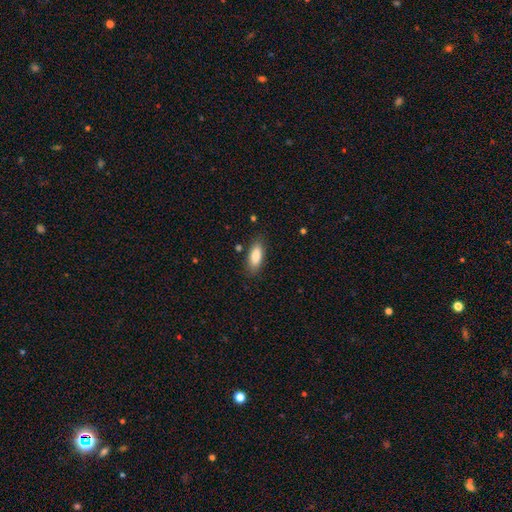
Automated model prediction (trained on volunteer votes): Smooth or featured? smooth (85%)
How rounded? in between (77%)
Merging? none (83%)